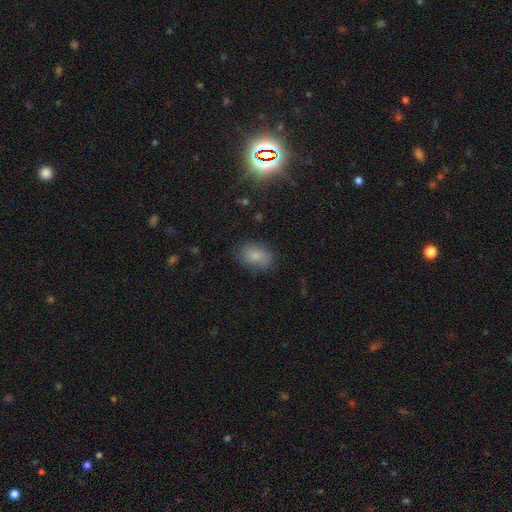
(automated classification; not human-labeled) Q: Smooth or featured?
A: smooth (79%); runner-up: star or artifact (11%)
Q: How rounded?
A: in between (84%); runner-up: round (15%)
Q: Merging?
A: none (73%); runner-up: minor disturbance (19%)